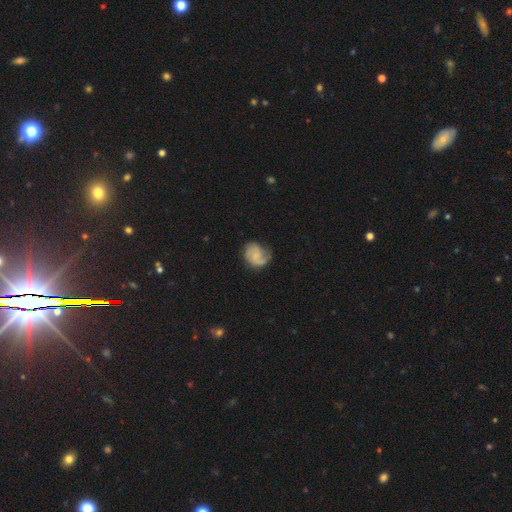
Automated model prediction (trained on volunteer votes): Q: Smooth or featured?
A: featured or disk (64%); runner-up: smooth (29%)
Q: Edge-on disk?
A: no (98%); runner-up: yes (2%)
Q: Bar?
A: no (63%); runner-up: weak (32%)
Q: Spiral arms?
A: yes (93%); runner-up: no (7%)
Q: Spiral winding?
A: medium (45%); runner-up: tight (30%)
Q: Spiral arm count?
A: 2 (66%); runner-up: can't tell (12%)
Q: Bulge size?
A: small (49%); runner-up: none (34%)
Q: Merging?
A: none (63%); runner-up: minor disturbance (24%)